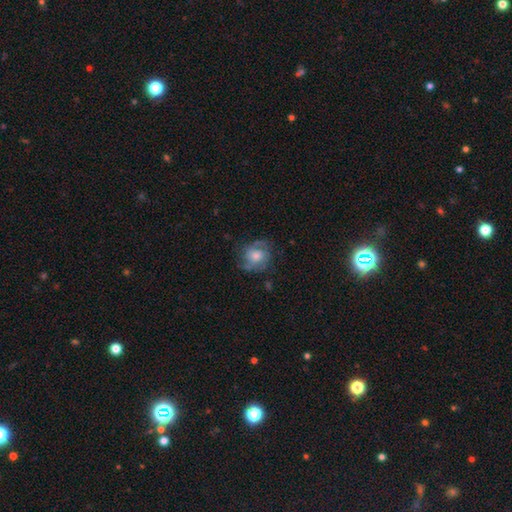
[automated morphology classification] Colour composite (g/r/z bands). It shows a featured or disk galaxy (61%) with no bar (74%), 2 (48%) medium (45%) spiral arms (85%) and a moderate central bulge (54%). Merging: none (67%).